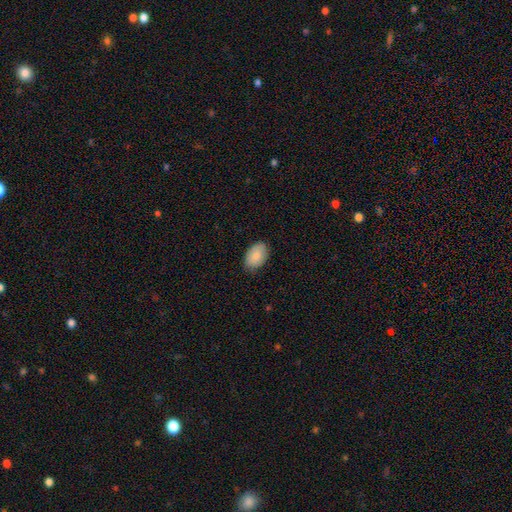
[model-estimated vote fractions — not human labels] Smooth or featured? Predicted: smooth (p=0.88). How rounded? Predicted: in between (p=0.92). Merging? Predicted: none (p=0.83).